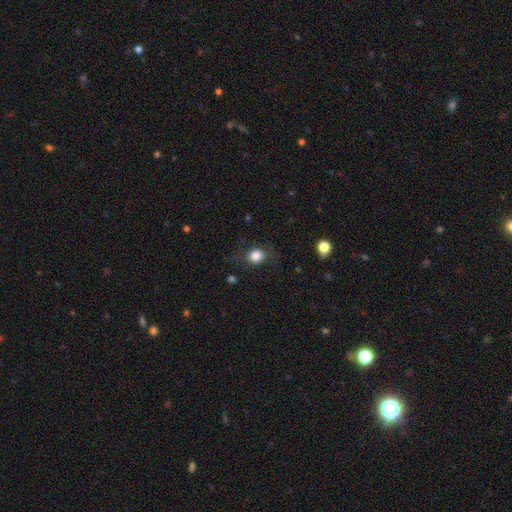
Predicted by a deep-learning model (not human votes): smooth_or_featured: smooth (p=0.82) [alt: star or artifact p=0.10]
how_rounded: round (p=0.72) [alt: in between p=0.27]
merging: none (p=0.75) [alt: minor disturbance p=0.16]